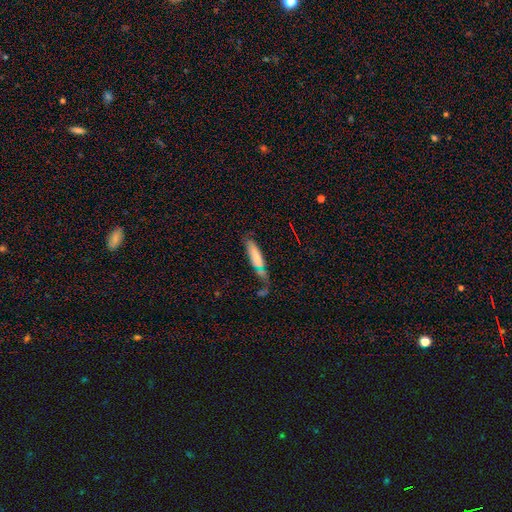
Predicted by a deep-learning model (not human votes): A smooth galaxy with no disk features (65%) that is cigar-shaped (74%).

Vote fractions:
- Smooth or featured? smooth: 65% / featured or disk: 26% / star or artifact: 9%
- How rounded? cigar-shaped: 74% / in between: 24% / round: 2%
- Merging? none: 41% / minor disturbance: 26% / merger: 17% / major disturbance: 16%